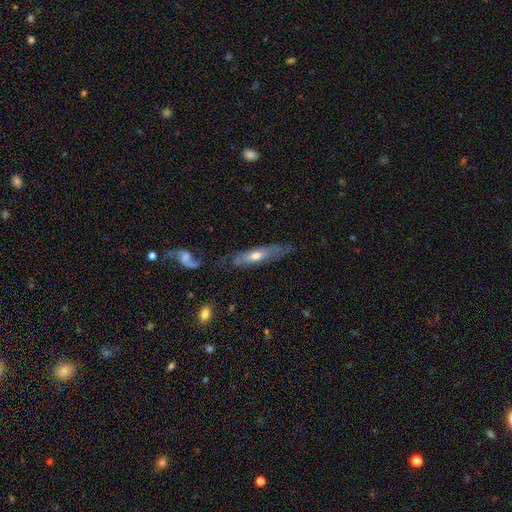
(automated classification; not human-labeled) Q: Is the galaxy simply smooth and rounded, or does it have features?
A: featured or disk — 64%.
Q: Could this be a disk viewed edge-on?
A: no — 53%.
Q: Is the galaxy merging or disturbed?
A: none — 63%.